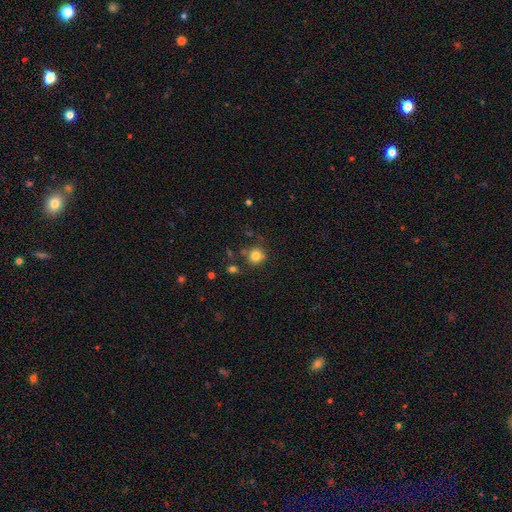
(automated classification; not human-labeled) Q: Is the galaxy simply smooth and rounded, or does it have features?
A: smooth — 81%.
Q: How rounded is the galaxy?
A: round — 89%.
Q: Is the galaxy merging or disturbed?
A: none — 76%.